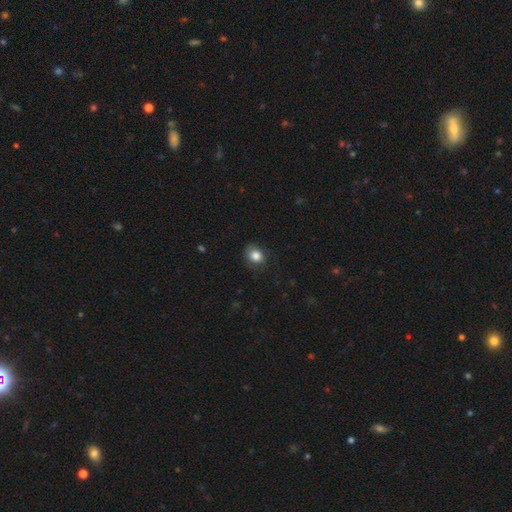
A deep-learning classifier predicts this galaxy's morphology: Smooth or featured? Predicted: smooth (p=0.83). How rounded? Predicted: round (p=0.55). Merging? Predicted: none (p=0.74).